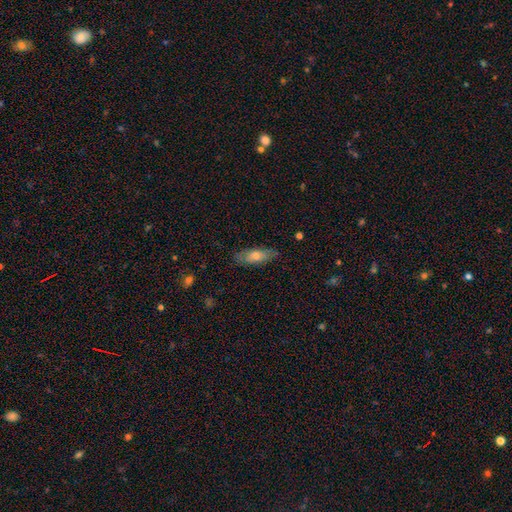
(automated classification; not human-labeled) Morphology: type=smooth (60%); roundness=in between (53%); merging=none (83%).